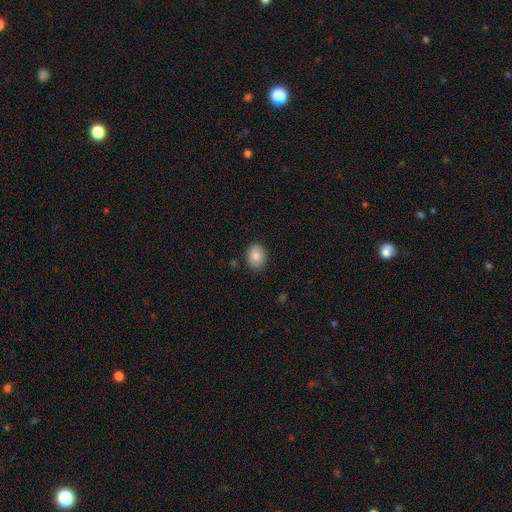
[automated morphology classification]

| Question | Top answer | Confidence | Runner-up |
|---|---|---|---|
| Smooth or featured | smooth | 86% | star or artifact (7%) |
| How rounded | in between | 67% | round (32%) |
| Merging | none | 87% | minor disturbance (10%) |